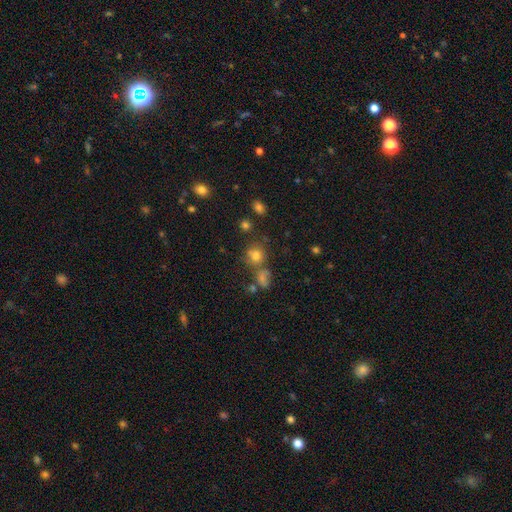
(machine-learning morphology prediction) This appears to be a smooth galaxy with no disk features (72%) that is round (82%). Merging: none (64%).